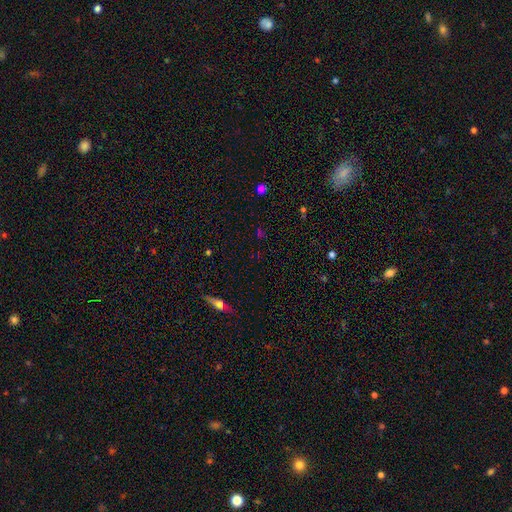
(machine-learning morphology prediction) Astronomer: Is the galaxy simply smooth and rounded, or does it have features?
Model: star or artifact — 53% (runner-up: smooth, 33%).